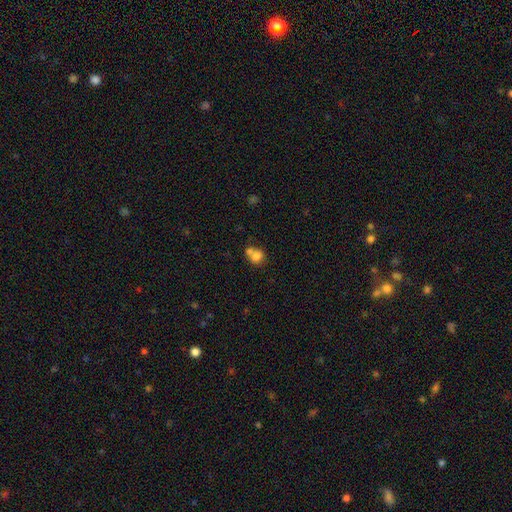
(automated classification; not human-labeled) smooth-or-featured: smooth: 77% | featured or disk: 12% | star or artifact: 11%
  how-rounded: round: 69% | in between: 30% | cigar-shaped: 1%
  merging: merger: 49% | none: 38% | minor disturbance: 9% | major disturbance: 4%